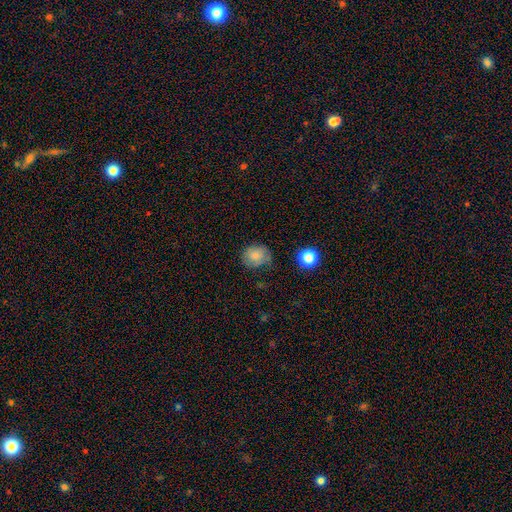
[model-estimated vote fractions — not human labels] Smooth or featured? Predicted: smooth (p=0.79). How rounded? Predicted: round (p=0.63). Merging? Predicted: none (p=0.66).